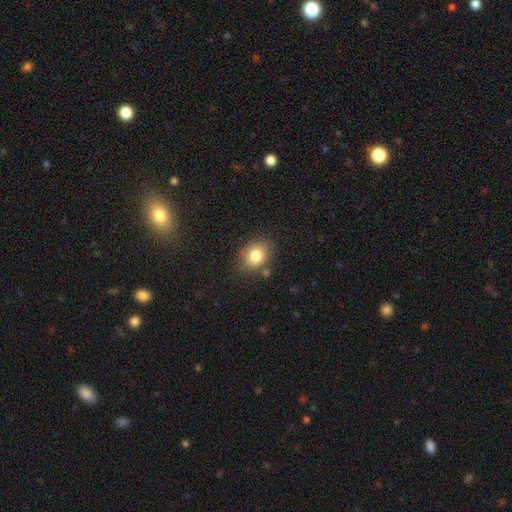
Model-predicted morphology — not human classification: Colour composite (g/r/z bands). It shows a smooth galaxy with no disk features (81%) that is round (54%). Merging: none (78%).